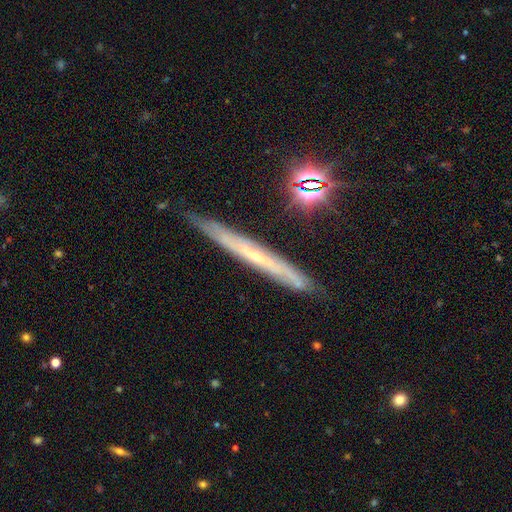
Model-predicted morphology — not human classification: Overall: featured or disk (68%). Edge-on disk: yes (89%). Edge-on bulge: none (55%; rounded 41%). Merging: none (82%).